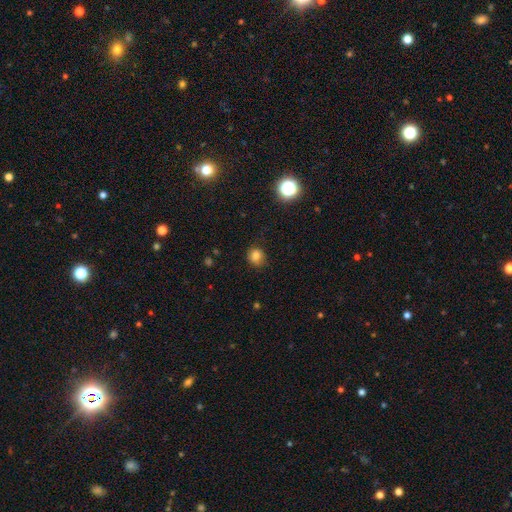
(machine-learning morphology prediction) Smooth or featured?
  - smooth: 80% *
  - star or artifact: 14%
  - featured or disk: 6%
How rounded?
  - round: 75% *
  - in between: 24%
  - cigar-shaped: 1%
Merging?
  - none: 76% *
  - minor disturbance: 18%
  - major disturbance: 5%
  - merger: 1%